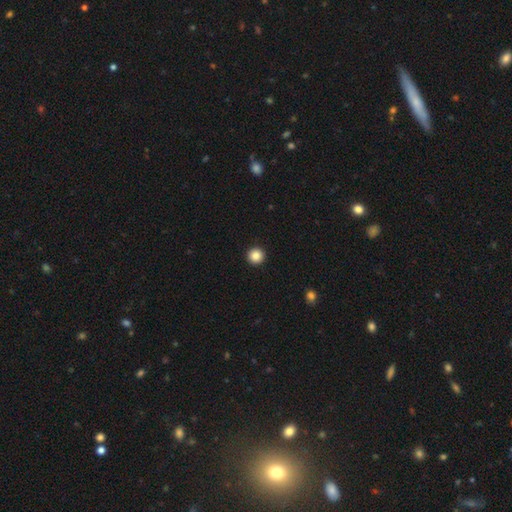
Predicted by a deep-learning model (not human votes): A smooth galaxy with no disk features (86%) that is round (96%). Merging: none (94%).